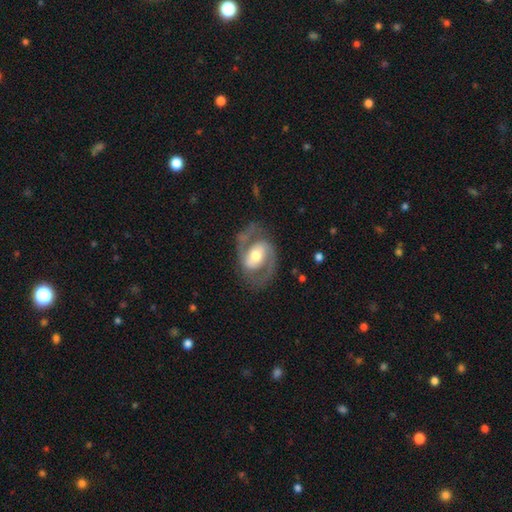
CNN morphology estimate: featured or disk 86%, smooth 9%, star or artifact 4%. Down the decision tree: edge-on disk — no (97%); bar — weak (40%); spiral arms — yes (94%); spiral arm count — 2 (92%); spiral winding — medium (59%); bulge size — moderate (66%); merging — none (73%).